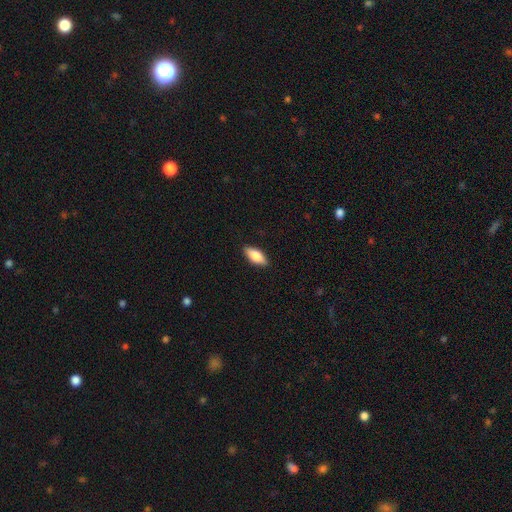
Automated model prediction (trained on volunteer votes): A smooth galaxy with no disk features (77%) that is in between round and cigar-shaped (81%). Merging: none (88%).